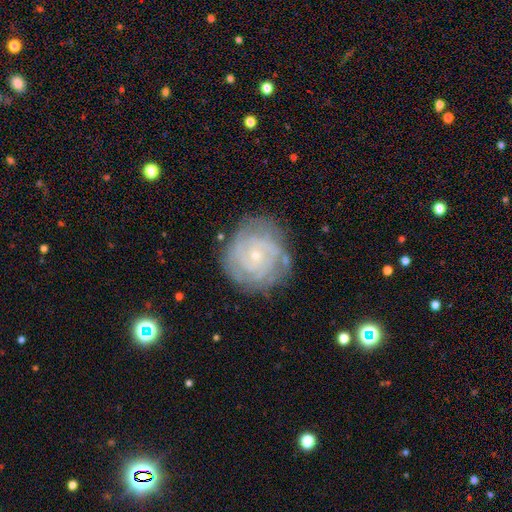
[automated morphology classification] featured or disk 80%, smooth 13%, star or artifact 7%. Down the decision tree: edge-on disk — no (98%); bar — no (78%); spiral arms — yes (92%); spiral arm count — can't tell (38%); spiral winding — tight (76%); bulge size — small (83%); merging — none (76%).